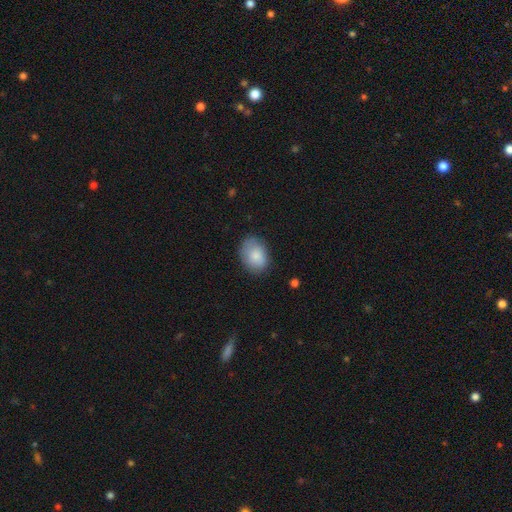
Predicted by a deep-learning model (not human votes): A smooth galaxy with no disk features (84%) that is in between round and cigar-shaped (73%). Merging: none (74%).